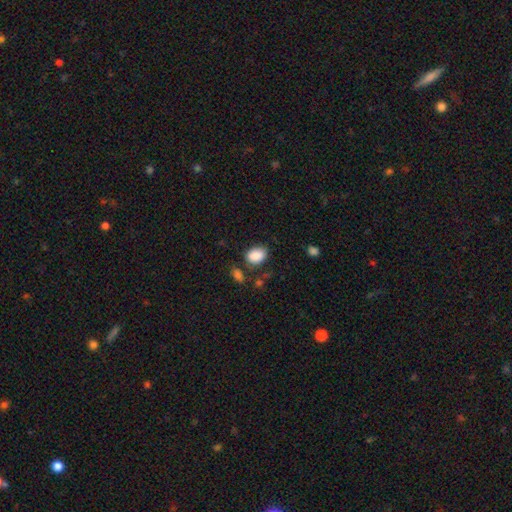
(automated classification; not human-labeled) smooth 88%, star or artifact 8%, featured or disk 4%. Down the decision tree: how rounded — in between (76%); merging — none (71%).